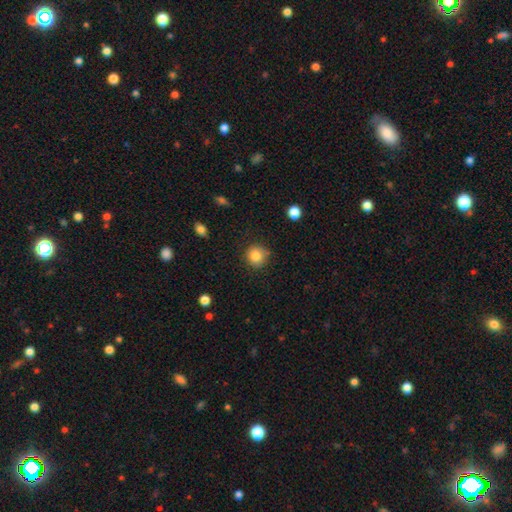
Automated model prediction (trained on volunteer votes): Smooth or featured? Predicted: smooth (p=0.84). How rounded? Predicted: round (p=0.92). Merging? Predicted: none (p=0.84).